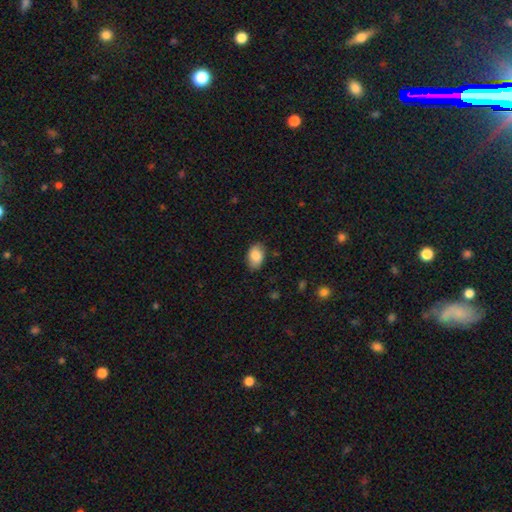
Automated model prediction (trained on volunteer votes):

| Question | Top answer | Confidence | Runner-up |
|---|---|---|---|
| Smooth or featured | smooth | 85% | featured or disk (8%) |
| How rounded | in between | 87% | round (12%) |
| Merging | none | 81% | minor disturbance (15%) |